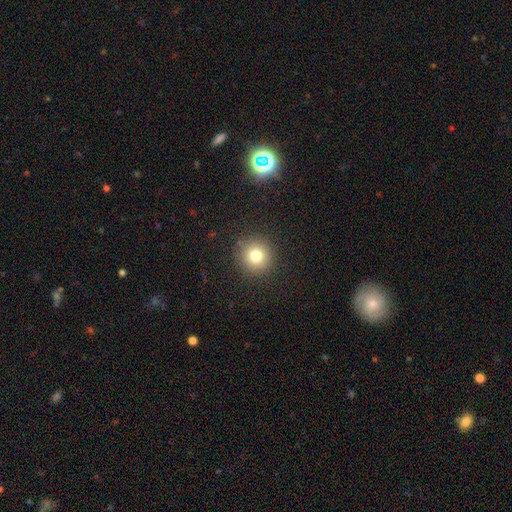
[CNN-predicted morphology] Overall: smooth (78%). How rounded: round (94%). Merging: none (91%).